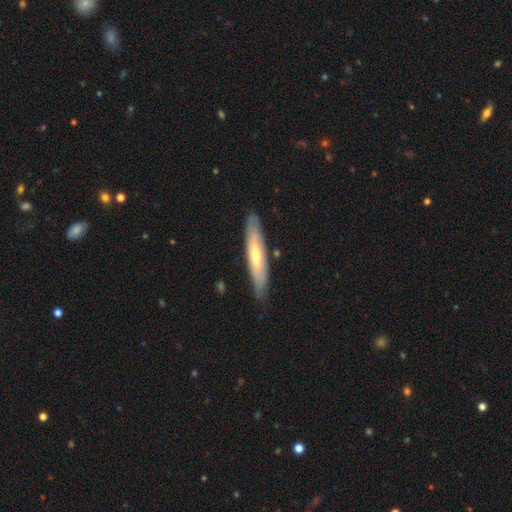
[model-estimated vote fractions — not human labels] smooth-or-featured: featured or disk: 52% | smooth: 43% | star or artifact: 5%
  disk-edge-on: yes: 66% | no: 34%
  merging: none: 83% | minor disturbance: 13% | major disturbance: 2% | merger: 2%